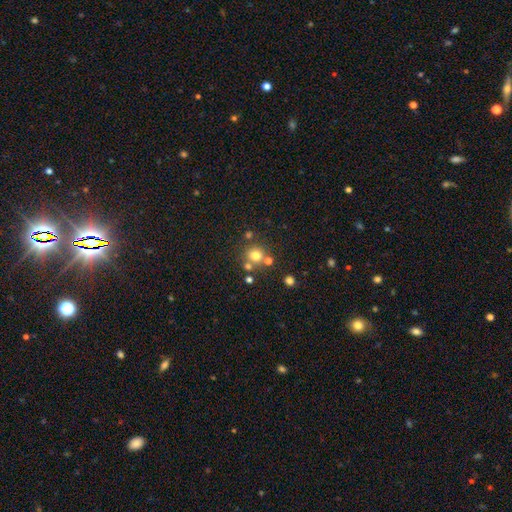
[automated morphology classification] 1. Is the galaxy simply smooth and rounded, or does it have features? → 72% smooth, 17% star or artifact, 10% featured or disk.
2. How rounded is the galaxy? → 89% round, 10% in between, 1% cigar-shaped.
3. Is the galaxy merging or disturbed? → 68% none, 19% merger, 9% minor disturbance, 4% major disturbance.